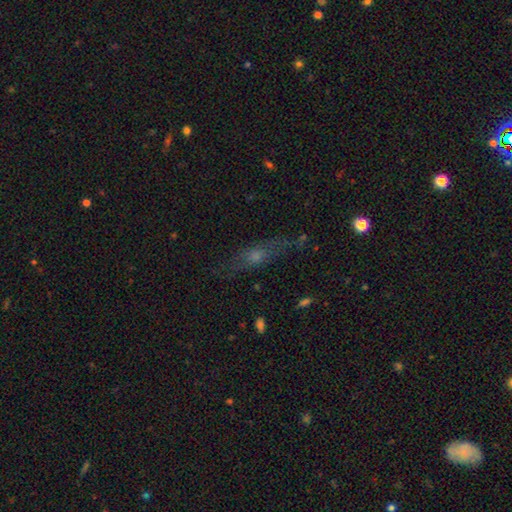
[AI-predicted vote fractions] smooth-or-featured: featured or disk: 45% | smooth: 36% | star or artifact: 19%
  merging: none: 73% | minor disturbance: 17% | major disturbance: 8% | merger: 3%